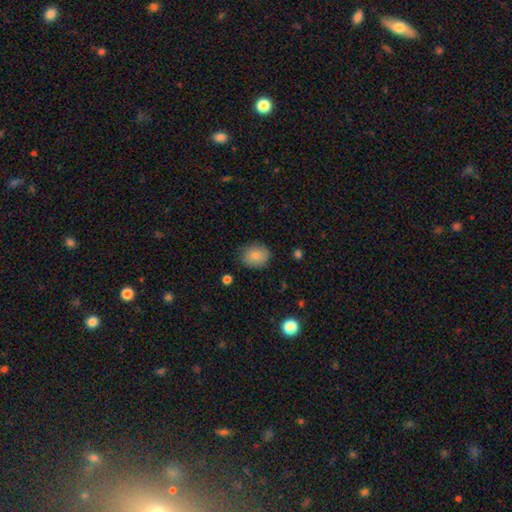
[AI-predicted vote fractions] Smooth or featured? smooth (85%)
How rounded? round (57%)
Merging? none (82%)